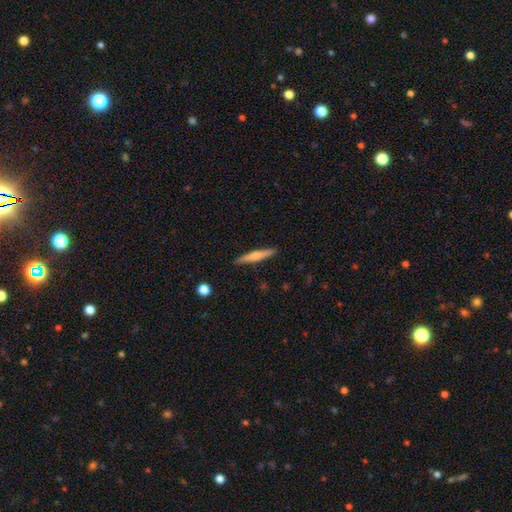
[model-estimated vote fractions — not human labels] Smooth or featured?
  - smooth: 54% *
  - featured or disk: 40%
  - star or artifact: 6%
How rounded?
  - cigar-shaped: 93% *
  - in between: 6%
  - round: 2%
Merging?
  - none: 90% *
  - minor disturbance: 7%
  - major disturbance: 1%
  - merger: 1%